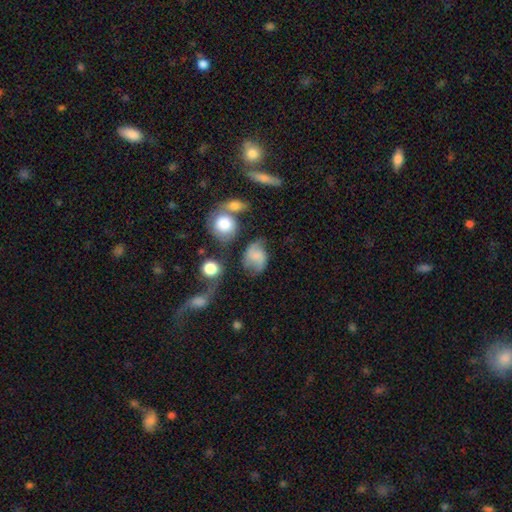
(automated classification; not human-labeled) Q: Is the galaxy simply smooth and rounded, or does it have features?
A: featured or disk — 49%.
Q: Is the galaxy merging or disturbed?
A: none — 51%.